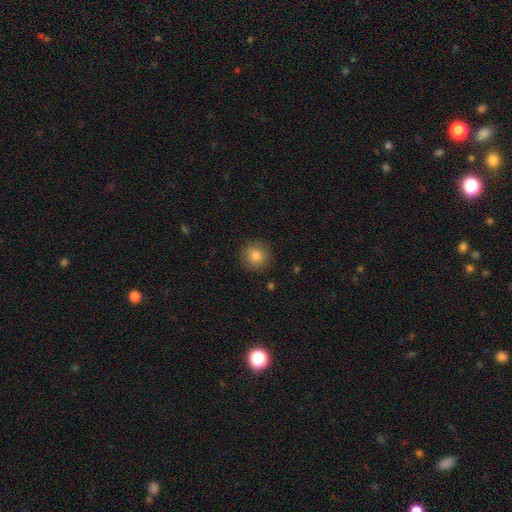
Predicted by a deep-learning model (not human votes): Q: Smooth or featured?
A: smooth (83%); runner-up: star or artifact (10%)
Q: How rounded?
A: round (93%); runner-up: in between (6%)
Q: Merging?
A: none (90%); runner-up: minor disturbance (7%)